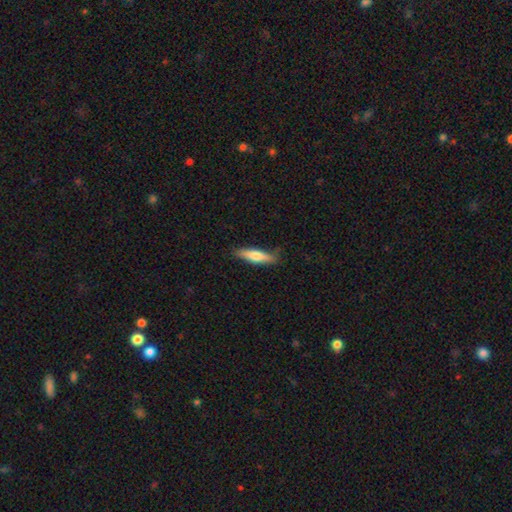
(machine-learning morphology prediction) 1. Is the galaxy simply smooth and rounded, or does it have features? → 69% smooth, 25% featured or disk, 6% star or artifact.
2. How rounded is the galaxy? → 69% cigar-shaped, 29% in between, 2% round.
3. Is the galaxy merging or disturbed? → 82% none, 15% minor disturbance, 3% major disturbance, 1% merger.